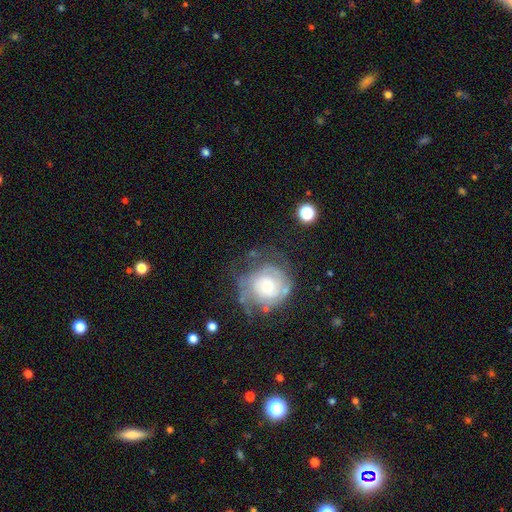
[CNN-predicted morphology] Smooth or featured: featured or disk — 54% (smooth — 25%)
Edge-on disk: no — 96% (yes — 4%)
Bar: no — 72% (weak — 22%)
Spiral arms: yes — 78% (no — 22%)
Bulge size: moderate — 49% (small — 28%)
Merging: none — 72% (minor disturbance — 15%)